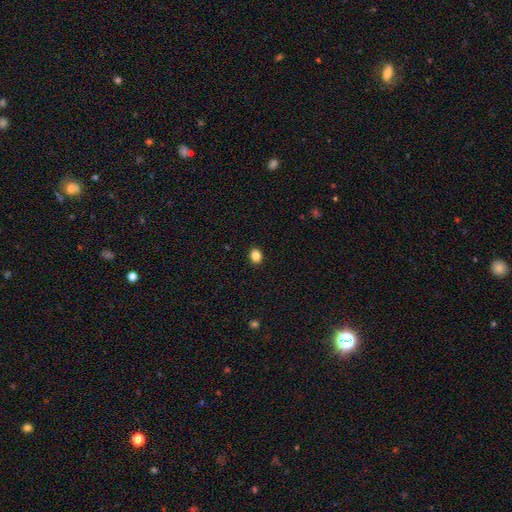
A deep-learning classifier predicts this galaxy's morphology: Smooth or featured? Predicted: smooth (p=0.85). How rounded? Predicted: round (p=0.59). Merging? Predicted: none (p=0.91).